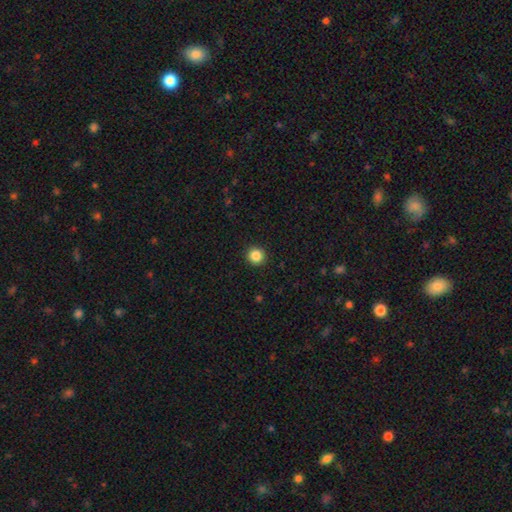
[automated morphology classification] smooth_or_featured: smooth (p=0.86) [alt: star or artifact p=0.11]
how_rounded: round (p=0.95) [alt: in between p=0.04]
merging: none (p=0.93) [alt: minor disturbance p=0.04]